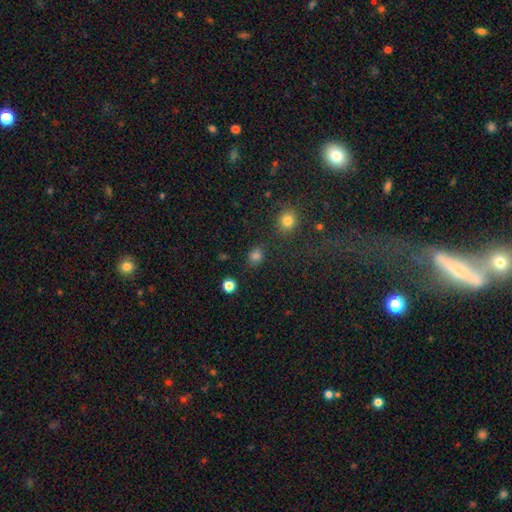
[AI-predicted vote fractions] This appears to be a smooth galaxy with no disk features (79%) that is round (74%). Merging: none (77%).